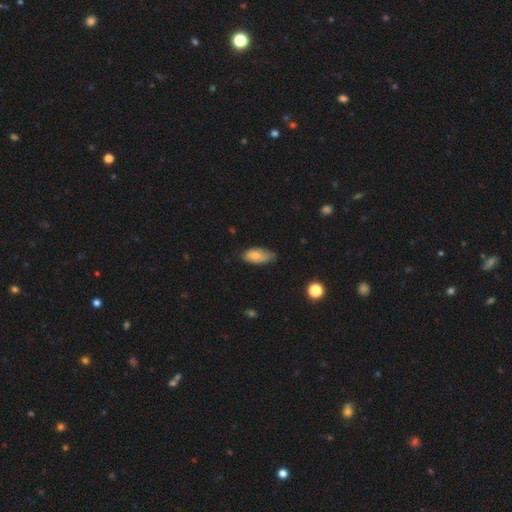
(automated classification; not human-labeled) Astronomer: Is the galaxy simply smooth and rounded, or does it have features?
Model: smooth — 75%.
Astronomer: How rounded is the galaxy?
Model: in between — 90%.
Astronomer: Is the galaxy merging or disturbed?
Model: none — 52% (runner-up: minor disturbance, 39%).